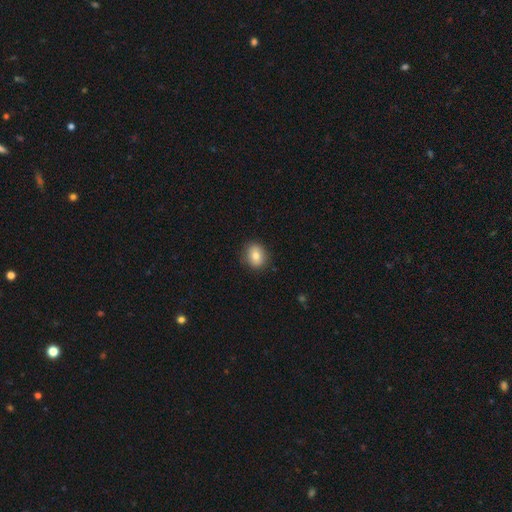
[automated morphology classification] Smooth or featured? smooth (81%)
How rounded? round (50%)
Merging? none (87%)